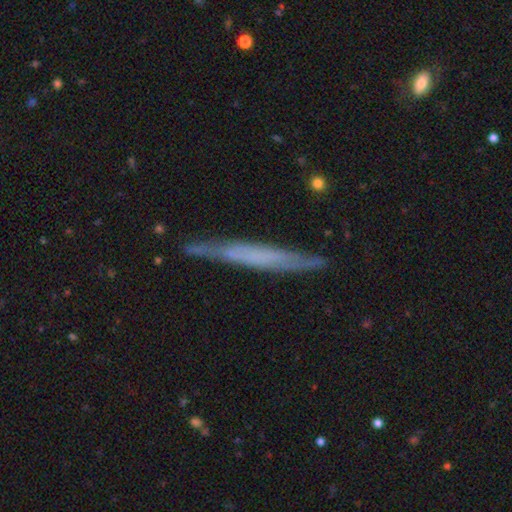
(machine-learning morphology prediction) Q: Smooth or featured?
A: featured or disk (55%); runner-up: smooth (37%)
Q: Edge-on disk?
A: yes (93%); runner-up: no (7%)
Q: Edge-on bulge?
A: none (80%); runner-up: boxy (10%)
Q: Merging?
A: none (83%); runner-up: minor disturbance (13%)